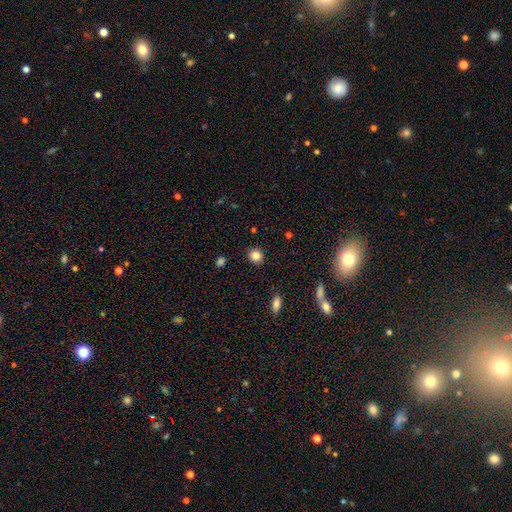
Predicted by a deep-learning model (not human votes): This appears to be a smooth galaxy with no disk features (84%) that is round (85%). Merging: none (90%).